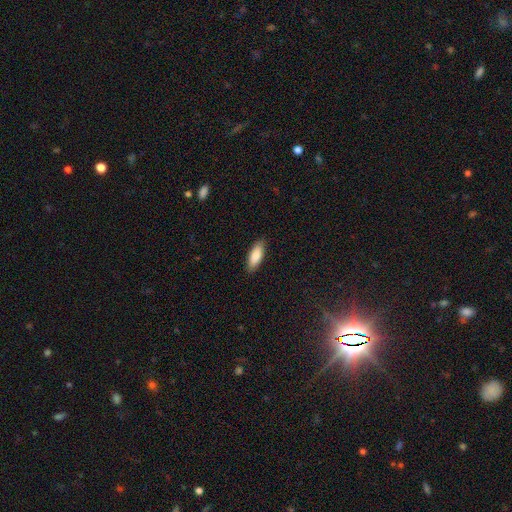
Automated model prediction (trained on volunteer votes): Overall: smooth (86%). How rounded: in between (67%; cigar-shaped 31%). Merging: none (88%).